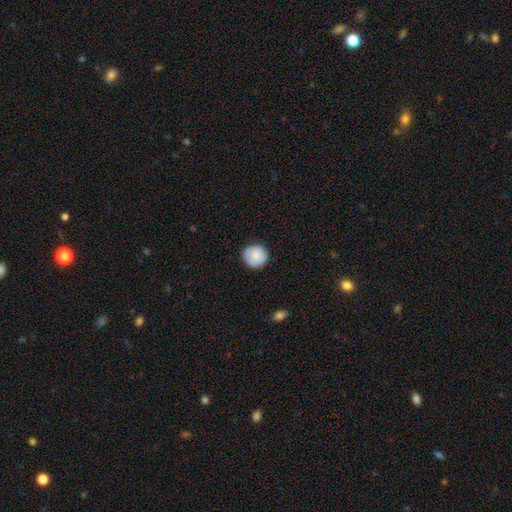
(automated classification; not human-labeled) This is clearly a smooth galaxy (81%). How rounded: clearly round (92%). Merging: clearly none (83%).